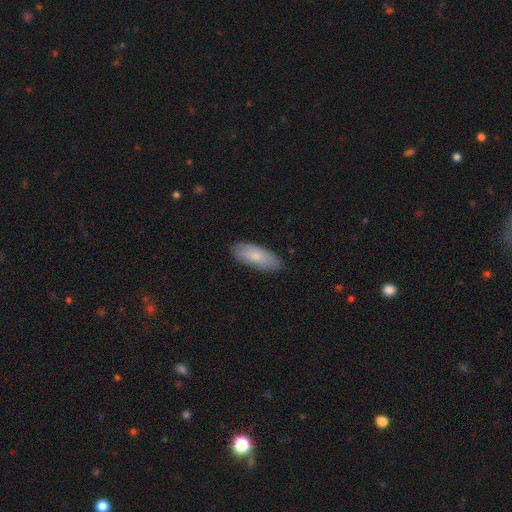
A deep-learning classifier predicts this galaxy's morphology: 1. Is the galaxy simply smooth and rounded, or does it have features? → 79% smooth, 15% featured or disk, 6% star or artifact.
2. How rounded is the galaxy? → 75% in between, 23% cigar-shaped, 2% round.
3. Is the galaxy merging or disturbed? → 84% none, 13% minor disturbance, 2% major disturbance, 1% merger.